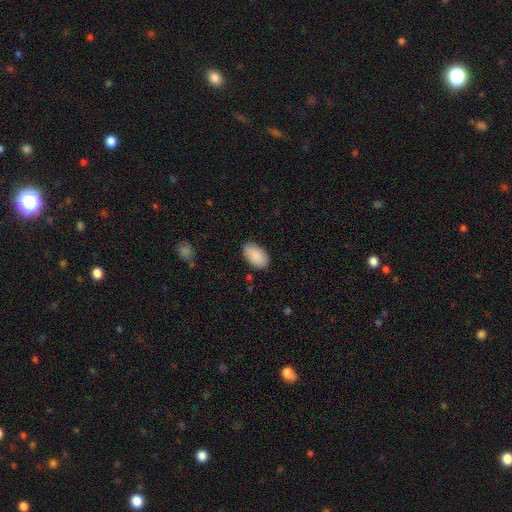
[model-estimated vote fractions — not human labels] Q: Smooth or featured?
A: smooth (89%); runner-up: star or artifact (6%)
Q: How rounded?
A: in between (94%); runner-up: round (5%)
Q: Merging?
A: none (83%); runner-up: minor disturbance (13%)